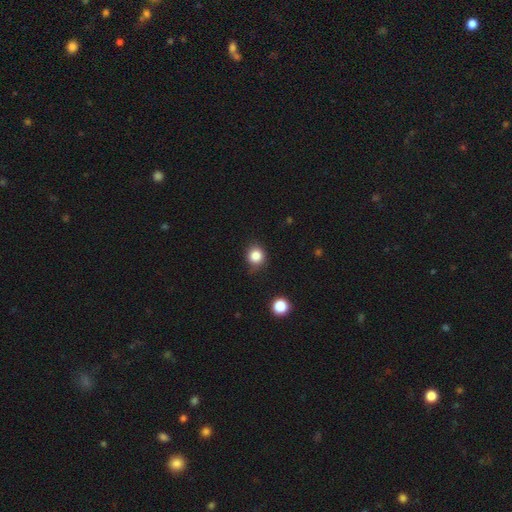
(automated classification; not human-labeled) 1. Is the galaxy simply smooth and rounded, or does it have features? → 84% smooth, 11% star or artifact, 5% featured or disk.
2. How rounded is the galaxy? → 84% round, 15% in between, 1% cigar-shaped.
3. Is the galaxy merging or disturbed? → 79% none, 16% minor disturbance, 3% major disturbance, 2% merger.